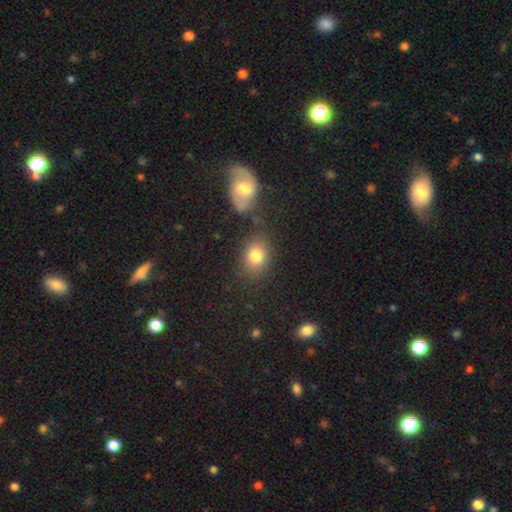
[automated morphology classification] Smooth or featured?
  - smooth: 81% *
  - star or artifact: 11%
  - featured or disk: 9%
How rounded?
  - in between: 59% *
  - round: 40%
  - cigar-shaped: 1%
Merging?
  - none: 75% *
  - minor disturbance: 13%
  - merger: 8%
  - major disturbance: 5%